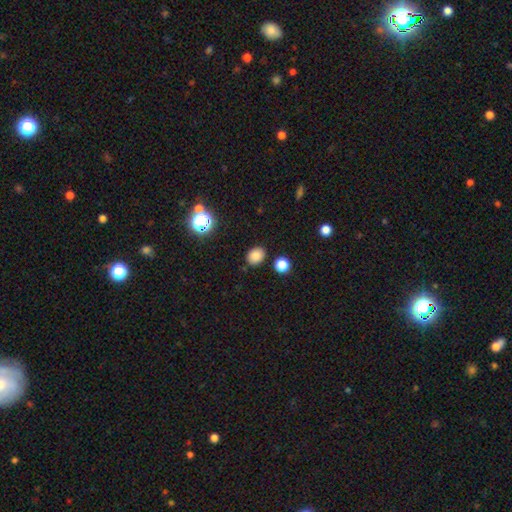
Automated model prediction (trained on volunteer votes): This is clearly a smooth galaxy (81%). How rounded: possibly in between (53%). Merging: clearly none (85%).